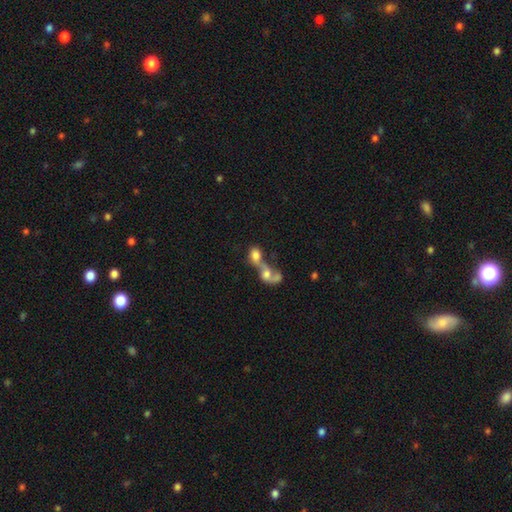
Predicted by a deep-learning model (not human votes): smooth 66%, featured or disk 24%, star or artifact 11%. Down the decision tree: how rounded — in between (53%); merging — merger (78%).